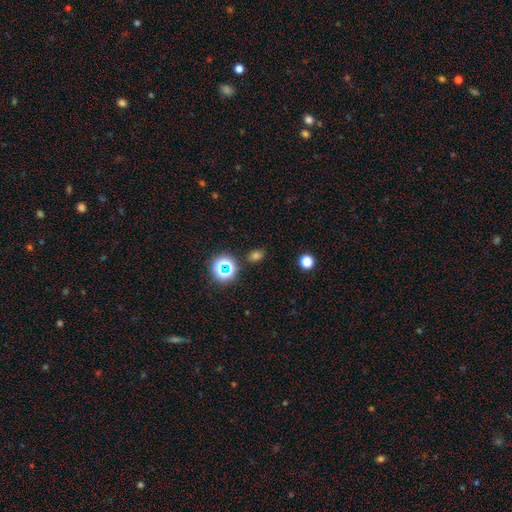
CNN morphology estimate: Q: Smooth or featured?
A: smooth (66%); runner-up: star or artifact (28%)
Q: How rounded?
A: in between (52%); runner-up: round (47%)
Q: Merging?
A: none (82%); runner-up: minor disturbance (11%)